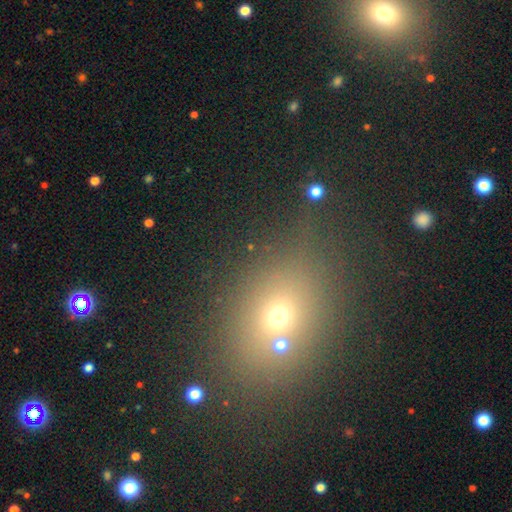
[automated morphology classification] smooth 49%, star or artifact 38%, featured or disk 12%. Down the decision tree: merging — none (73%).